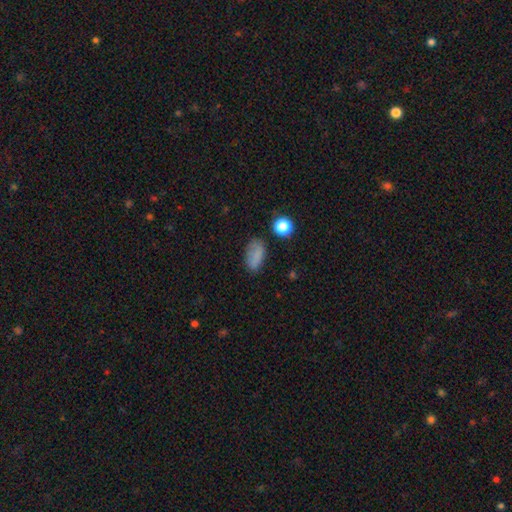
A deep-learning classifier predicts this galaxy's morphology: smooth-or-featured: smooth: 81% | star or artifact: 12% | featured or disk: 7%
  how-rounded: in between: 87% | round: 7% | cigar-shaped: 6%
  merging: none: 73% | minor disturbance: 19% | major disturbance: 6% | merger: 3%